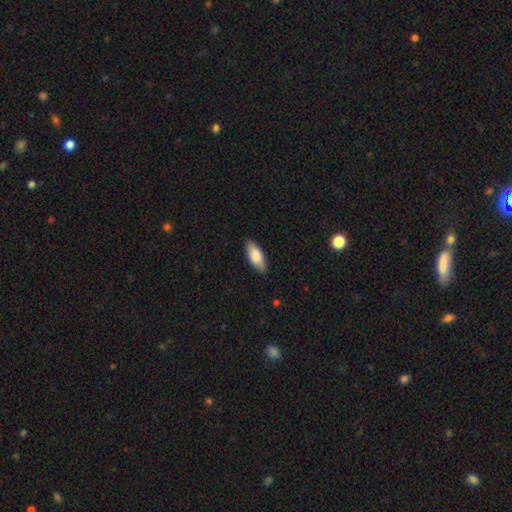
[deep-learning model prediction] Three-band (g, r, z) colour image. It shows a smooth galaxy with no disk features (85%) that is in between round and cigar-shaped (82%). Merging: none (86%).